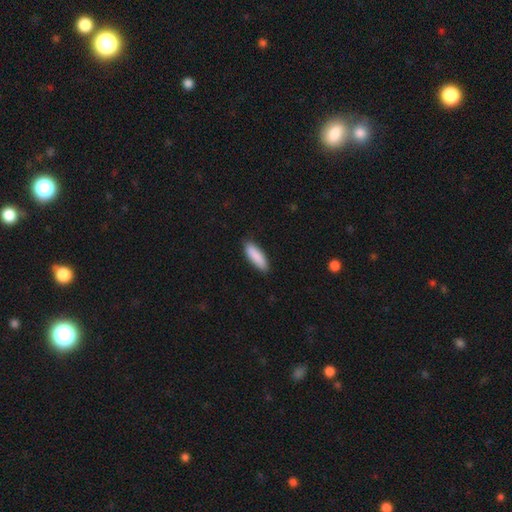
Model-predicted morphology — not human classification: Q: Smooth or featured?
A: smooth (89%); runner-up: star or artifact (6%)
Q: How rounded?
A: in between (49%); tied with: cigar-shaped (49%)
Q: Merging?
A: none (87%); runner-up: minor disturbance (10%)